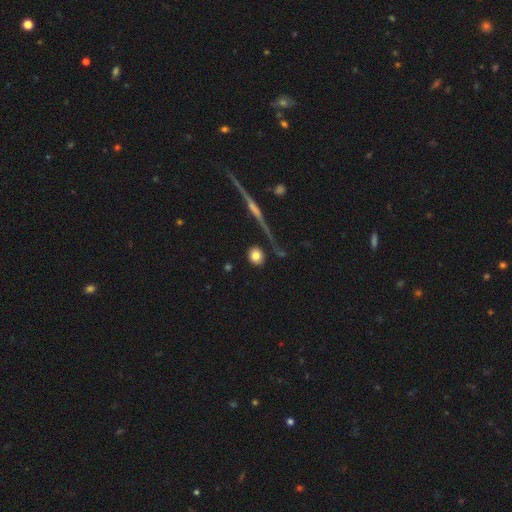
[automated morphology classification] type=smooth (80%); roundness=round (79%); merging=none (80%).